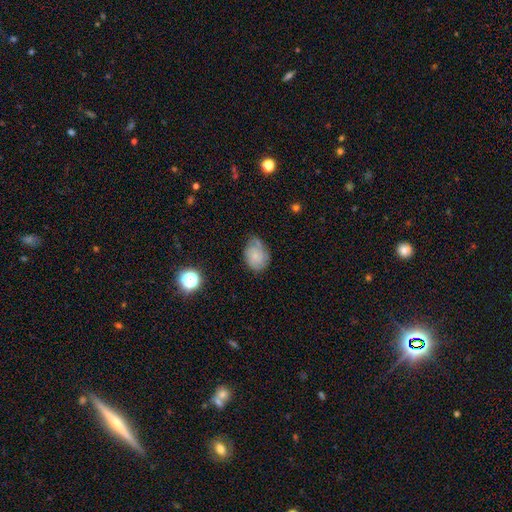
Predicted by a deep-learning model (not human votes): This is possibly a smooth galaxy (47%). Merging: possibly none (54%).